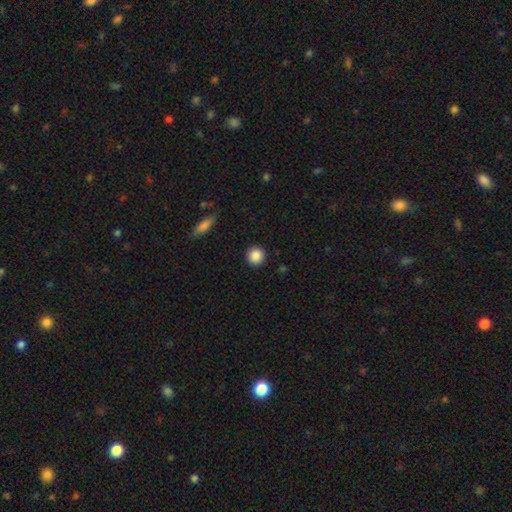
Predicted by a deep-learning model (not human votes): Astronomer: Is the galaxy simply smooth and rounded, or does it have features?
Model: smooth — 87%.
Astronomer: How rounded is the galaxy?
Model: round — 94%.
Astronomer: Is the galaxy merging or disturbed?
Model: none — 92%.